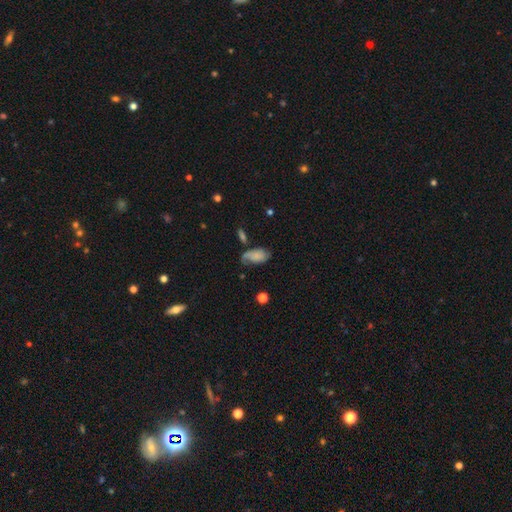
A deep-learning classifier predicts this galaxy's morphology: Smooth or featured? Predicted: smooth (p=0.53). How rounded? Predicted: in between (p=0.90). Merging? Predicted: none (p=0.44).